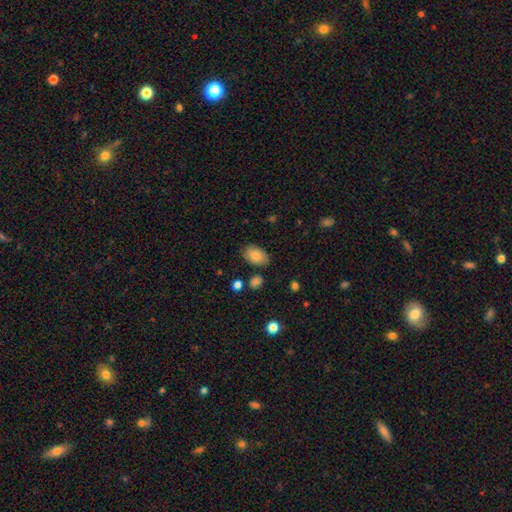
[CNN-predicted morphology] Smooth or featured?
  - smooth: 81% *
  - featured or disk: 11%
  - star or artifact: 8%
How rounded?
  - in between: 89% *
  - round: 9%
  - cigar-shaped: 1%
Merging?
  - none: 79% *
  - minor disturbance: 14%
  - major disturbance: 3%
  - merger: 3%